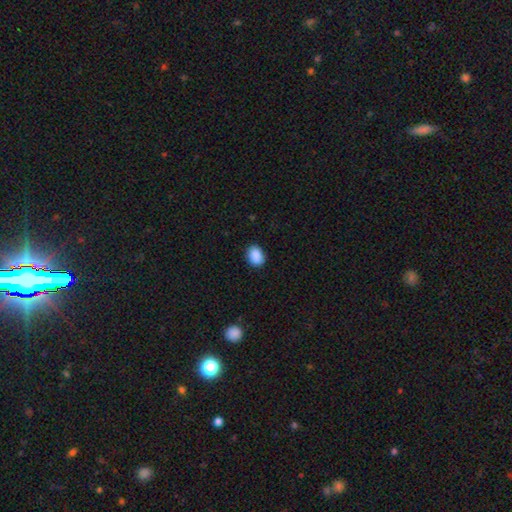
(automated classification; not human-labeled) smooth_or_featured: smooth (p=0.90) [alt: star or artifact p=0.08]
how_rounded: in between (p=0.66) [alt: round p=0.33]
merging: none (p=0.88) [alt: minor disturbance p=0.09]